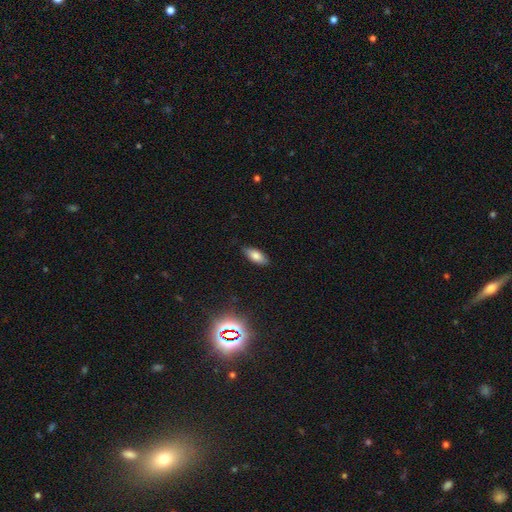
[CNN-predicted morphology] A smooth galaxy with no disk features (78%) that is in between round and cigar-shaped (84%).

Vote fractions:
- Smooth or featured? smooth: 78% / featured or disk: 13% / star or artifact: 9%
- How rounded? in between: 84% / cigar-shaped: 14% / round: 2%
- Merging? none: 85% / minor disturbance: 12% / major disturbance: 2% / merger: 1%